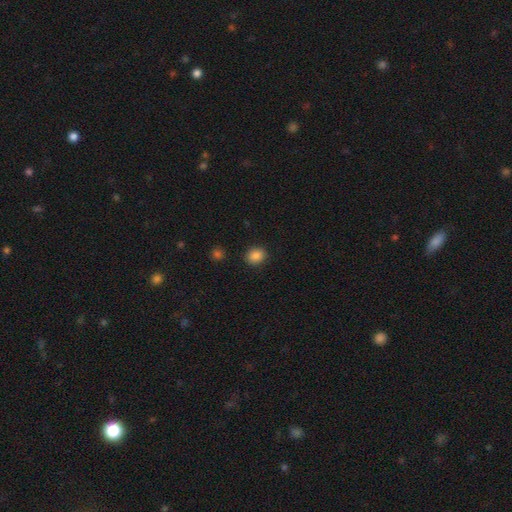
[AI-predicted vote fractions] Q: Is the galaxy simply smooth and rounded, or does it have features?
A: smooth — 86%.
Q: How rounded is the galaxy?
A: round — 68%.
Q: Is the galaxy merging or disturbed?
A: none — 88%.